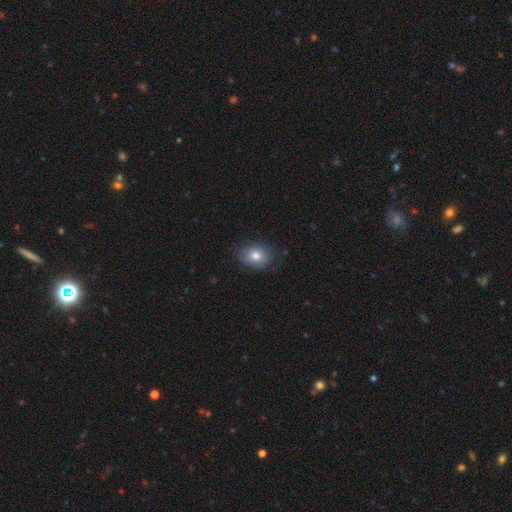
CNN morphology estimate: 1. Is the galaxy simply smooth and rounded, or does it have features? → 79% smooth, 11% featured or disk, 10% star or artifact.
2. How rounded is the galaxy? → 50% in between, 49% round, 1% cigar-shaped.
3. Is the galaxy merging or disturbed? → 82% none, 14% minor disturbance, 3% major disturbance, 1% merger.